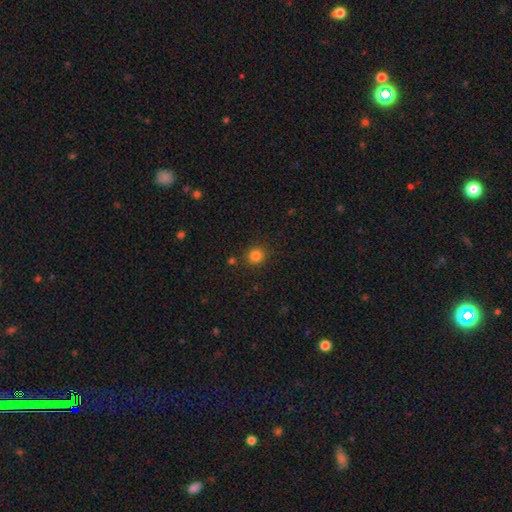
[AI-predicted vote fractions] smooth-or-featured: smooth: 83% | star or artifact: 13% | featured or disk: 4%
  how-rounded: round: 89% | in between: 10% | cigar-shaped: 1%
  merging: none: 88% | minor disturbance: 7% | merger: 3% | major disturbance: 2%